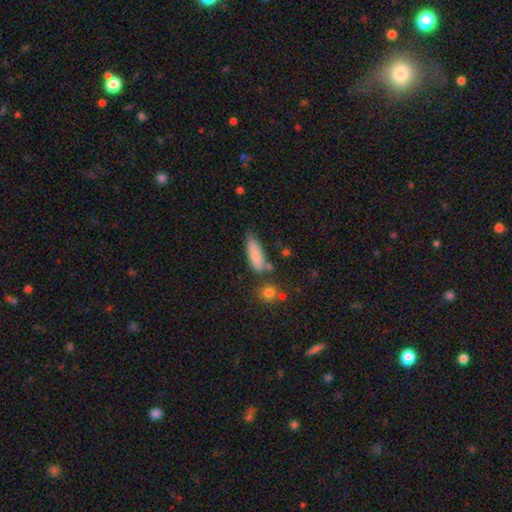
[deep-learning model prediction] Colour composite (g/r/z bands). It shows a smooth galaxy with no disk features (80%) that is in between round and cigar-shaped (62%). Merging: none (62%).